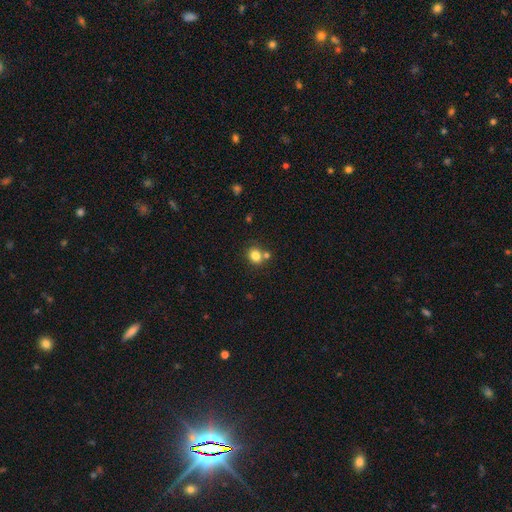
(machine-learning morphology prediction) A smooth galaxy with no disk features (81%) that is round (73%).

Vote fractions:
- Smooth or featured? smooth: 81% / star or artifact: 12% / featured or disk: 7%
- How rounded? round: 73% / in between: 27% / cigar-shaped: 1%
- Merging? none: 61% / merger: 25% / minor disturbance: 10% / major disturbance: 3%